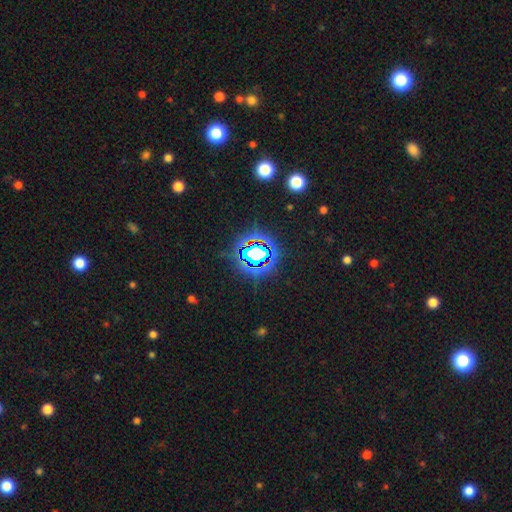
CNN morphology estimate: type=star or artifact (74%).